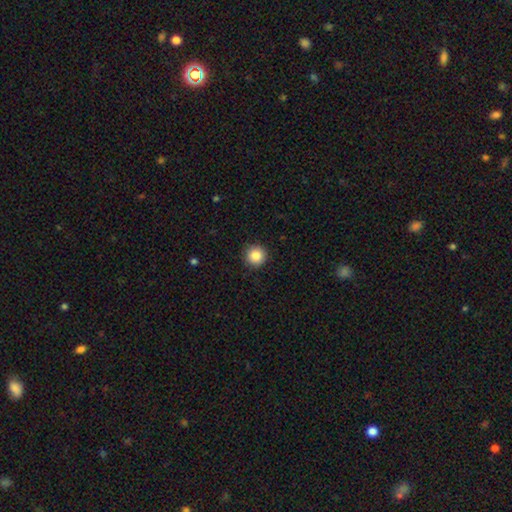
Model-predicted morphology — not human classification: type=smooth (86%); roundness=round (96%); merging=none (92%).